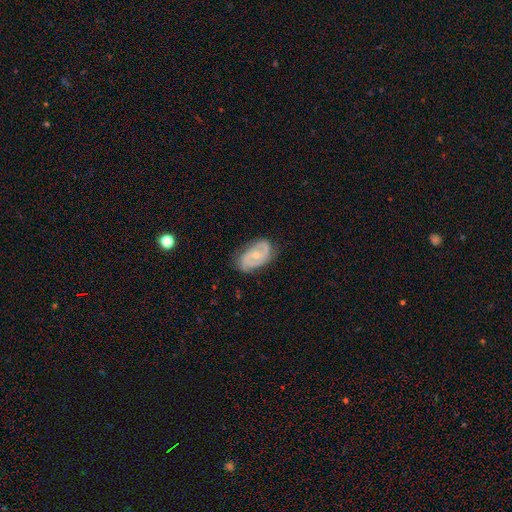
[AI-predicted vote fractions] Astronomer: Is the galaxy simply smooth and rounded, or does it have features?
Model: featured or disk — 77%.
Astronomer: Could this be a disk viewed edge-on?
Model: no — 96%.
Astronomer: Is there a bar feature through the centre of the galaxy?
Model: no — 52% (runner-up: weak, 37%).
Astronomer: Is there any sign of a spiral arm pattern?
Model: yes — 89%.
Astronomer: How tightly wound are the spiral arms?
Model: medium — 45% (runner-up: tight, 39%).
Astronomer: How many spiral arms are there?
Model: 2 — 79%.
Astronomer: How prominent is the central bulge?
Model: small — 50% (runner-up: moderate, 45%).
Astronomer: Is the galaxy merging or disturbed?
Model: none — 73%.